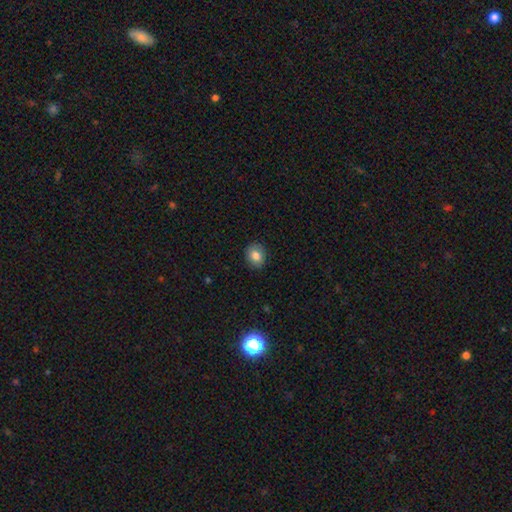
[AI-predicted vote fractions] Q: Smooth or featured?
A: smooth (82%); runner-up: star or artifact (10%)
Q: How rounded?
A: round (62%); runner-up: in between (37%)
Q: Merging?
A: none (89%); runner-up: minor disturbance (8%)